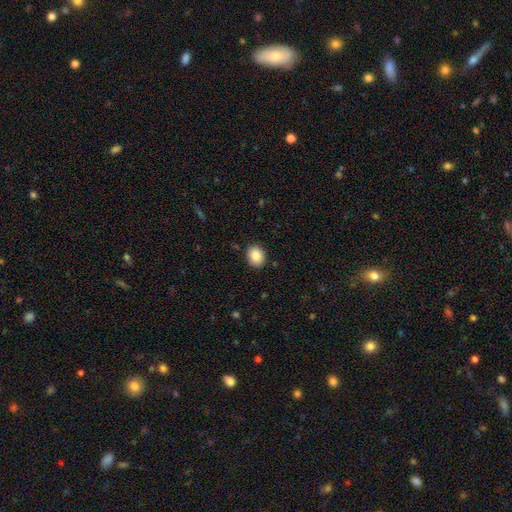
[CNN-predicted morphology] Smooth or featured? Predicted: smooth (p=0.85). How rounded? Predicted: round (p=0.53). Merging? Predicted: none (p=0.89).